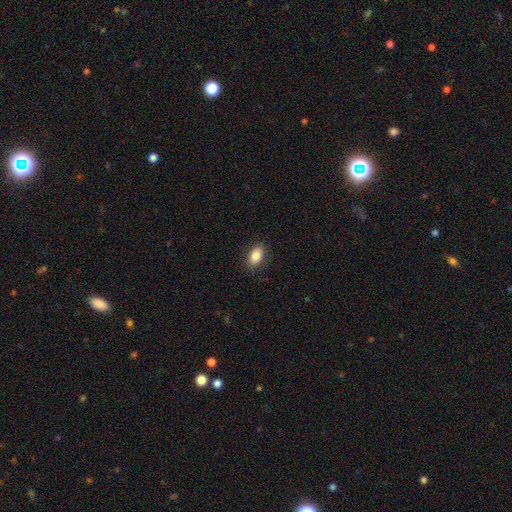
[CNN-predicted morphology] The model was most divided on "merging": none: 87%, minor disturbance: 9%, major disturbance: 3%, merger: 1%. More confident: how rounded — in between (90%); smooth or featured — smooth (86%).